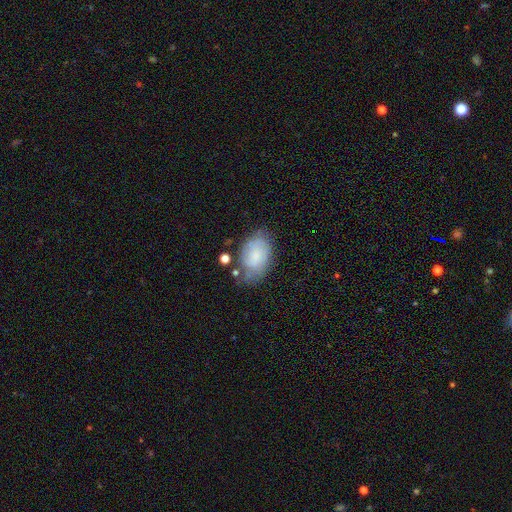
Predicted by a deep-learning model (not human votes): This is likely a smooth galaxy (63%). How rounded: clearly in between (89%). Merging: possibly none (55%).